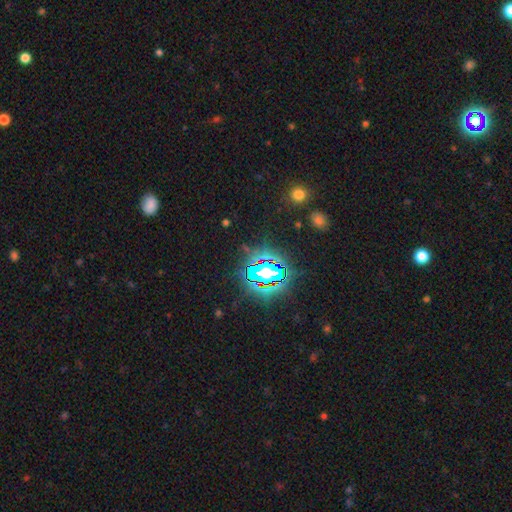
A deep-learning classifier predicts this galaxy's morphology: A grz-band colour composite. It shows a star or artifact, not a galaxy (82%).